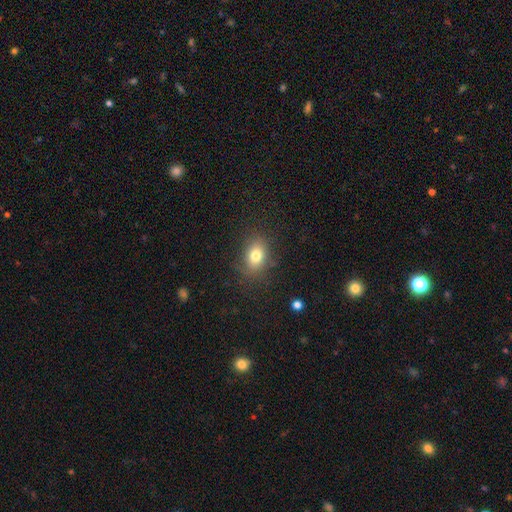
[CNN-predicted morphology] Smooth or featured? Predicted: smooth (p=0.78). How rounded? Predicted: in between (p=0.70). Merging? Predicted: none (p=0.80).